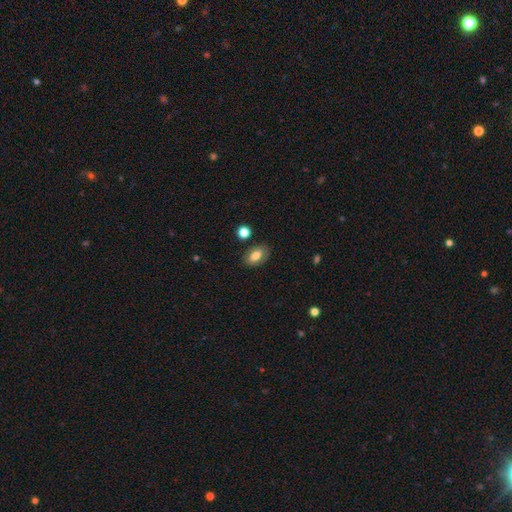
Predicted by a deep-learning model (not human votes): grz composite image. It shows a smooth galaxy with no disk features (75%) that is in between round and cigar-shaped (90%). Merging: none (81%).